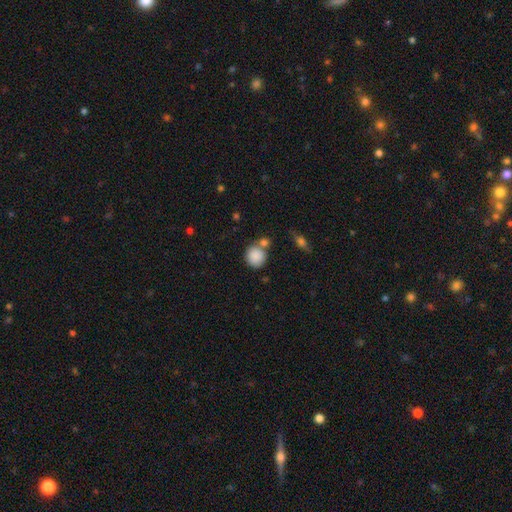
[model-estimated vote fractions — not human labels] smooth_or_featured: smooth (p=0.87) [alt: star or artifact p=0.08]
how_rounded: round (p=0.85) [alt: in between p=0.13]
merging: none (p=0.61) [alt: merger p=0.23]